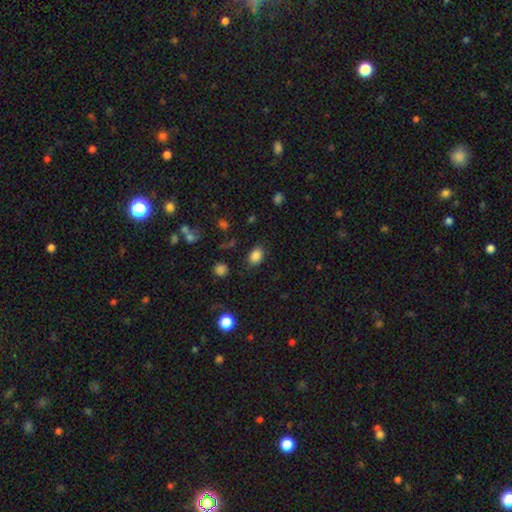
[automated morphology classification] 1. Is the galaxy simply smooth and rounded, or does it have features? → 85% smooth, 11% star or artifact, 4% featured or disk.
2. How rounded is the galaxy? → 73% in between, 26% round, 1% cigar-shaped.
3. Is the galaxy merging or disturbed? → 83% none, 12% minor disturbance, 4% major disturbance, 2% merger.